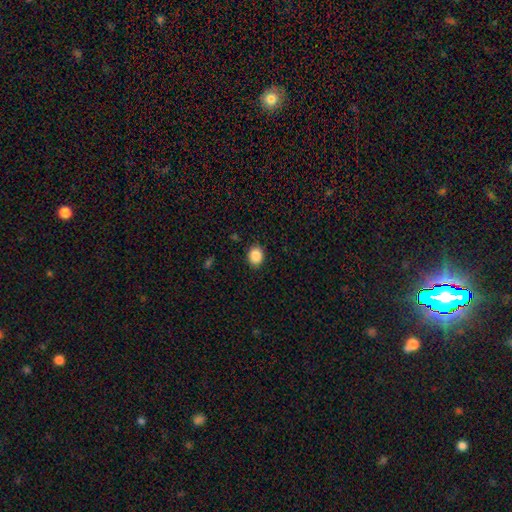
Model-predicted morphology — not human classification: Smooth or featured? Predicted: smooth (p=0.88). How rounded? Predicted: round (p=0.57). Merging? Predicted: none (p=0.89).